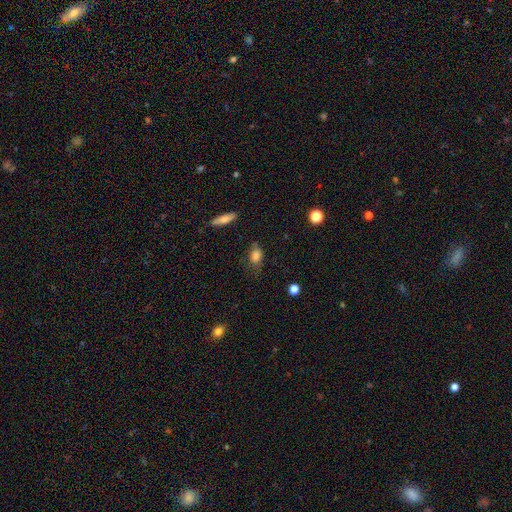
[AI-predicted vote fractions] smooth-or-featured: smooth: 79% | featured or disk: 11% | star or artifact: 10%
  how-rounded: in between: 72% | round: 23% | cigar-shaped: 5%
  merging: none: 59% | minor disturbance: 28% | major disturbance: 11% | merger: 2%